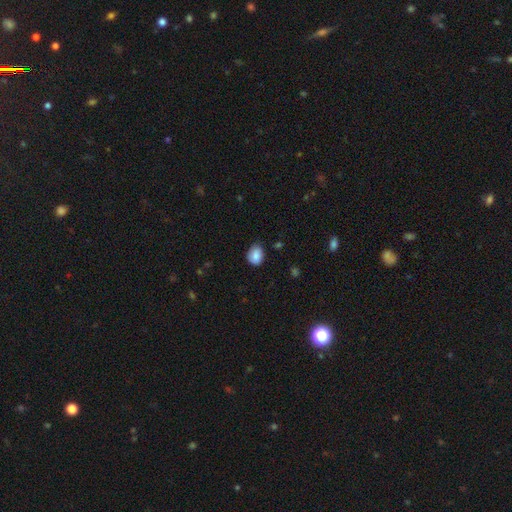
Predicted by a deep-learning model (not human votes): Overall: smooth (83%). How rounded: in between (60%; round 39%). Merging: none (69%).